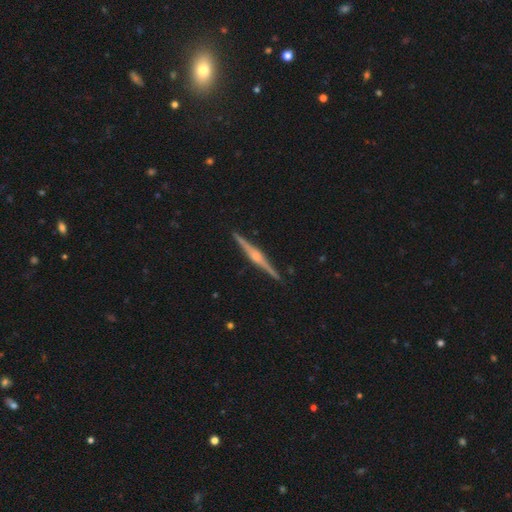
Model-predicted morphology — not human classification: type=featured or disk (86%); edge-on=yes (99%); edge-on bulge=rounded (82%); merging=none (93%).